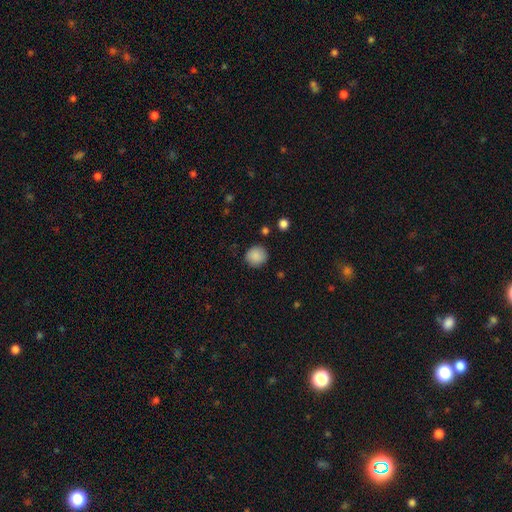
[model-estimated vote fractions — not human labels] Smooth or featured? smooth (88%)
How rounded? round (91%)
Merging? none (87%)